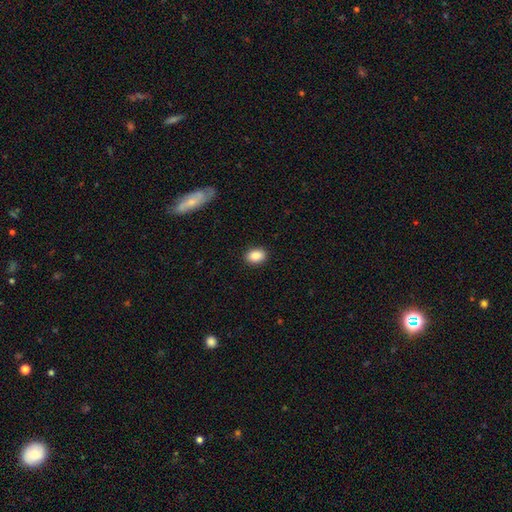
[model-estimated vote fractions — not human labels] Smooth or featured? smooth (88%)
How rounded? in between (79%)
Merging? none (90%)